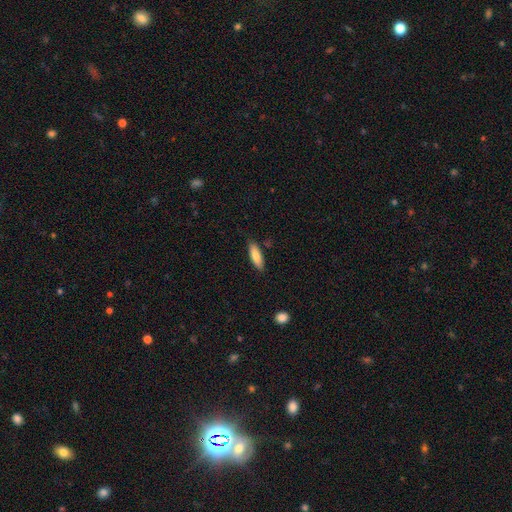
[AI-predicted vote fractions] Q: Smooth or featured?
A: smooth (82%); runner-up: featured or disk (12%)
Q: How rounded?
A: cigar-shaped (54%); runner-up: in between (45%)
Q: Merging?
A: none (83%); runner-up: minor disturbance (13%)